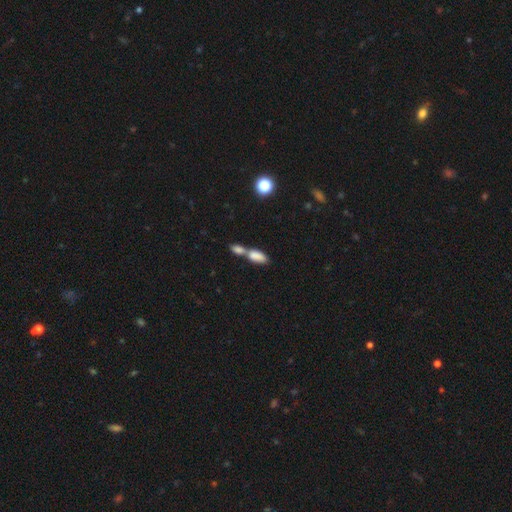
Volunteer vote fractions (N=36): smooth-or-featured: smooth: 78% | featured or disk: 17% | star or artifact: 6%
  how-rounded: in between: 71% | cigar-shaped: 25% | round: 4%
  merging: merger: 76% | none: 15% | minor disturbance: 6% | major disturbance: 3%